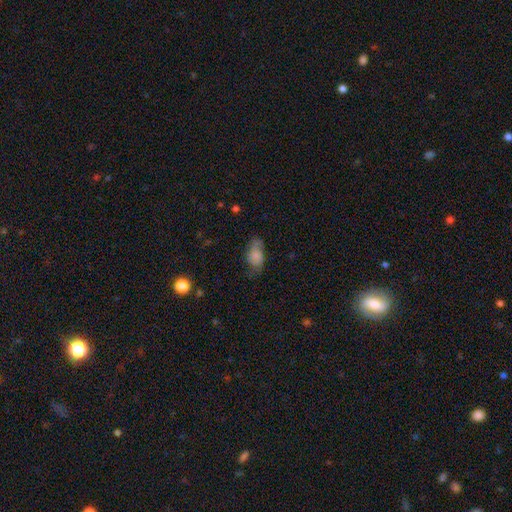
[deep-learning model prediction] smooth_or_featured: smooth (p=0.64) [alt: featured or disk p=0.26]
how_rounded: in between (p=0.89) [alt: round p=0.08]
merging: none (p=0.47) [alt: minor disturbance p=0.32]